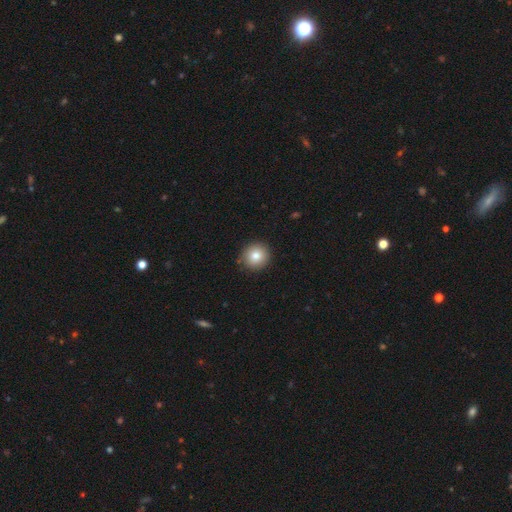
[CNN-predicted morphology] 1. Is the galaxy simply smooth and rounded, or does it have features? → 81% smooth, 10% star or artifact, 9% featured or disk.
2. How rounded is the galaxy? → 92% round, 8% in between, 1% cigar-shaped.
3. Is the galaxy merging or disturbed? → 89% none, 8% minor disturbance, 2% major disturbance, 1% merger.